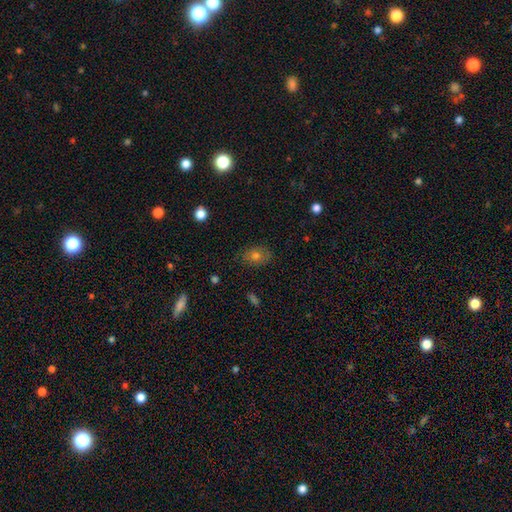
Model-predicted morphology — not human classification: A smooth galaxy with no disk features (65%) that is in between round and cigar-shaped (61%). Merging: none (83%).